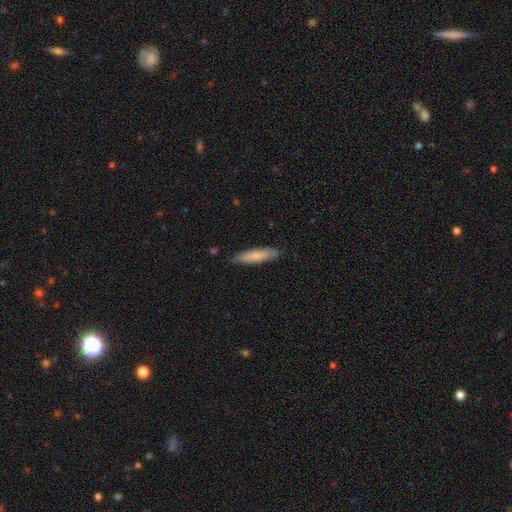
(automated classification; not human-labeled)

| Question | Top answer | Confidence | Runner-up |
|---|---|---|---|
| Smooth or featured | smooth | 78% | featured or disk (17%) |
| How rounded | cigar-shaped | 79% | in between (20%) |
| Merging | none | 84% | minor disturbance (12%) |